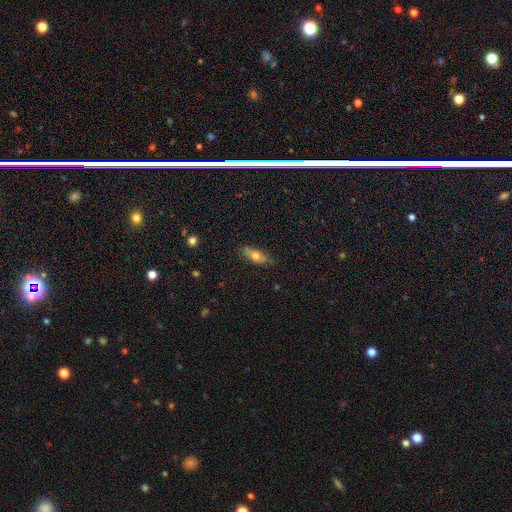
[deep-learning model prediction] smooth-or-featured: smooth: 63% | featured or disk: 29% | star or artifact: 8%
  how-rounded: in between: 73% | cigar-shaped: 23% | round: 4%
  merging: none: 75% | minor disturbance: 19% | major disturbance: 4% | merger: 2%